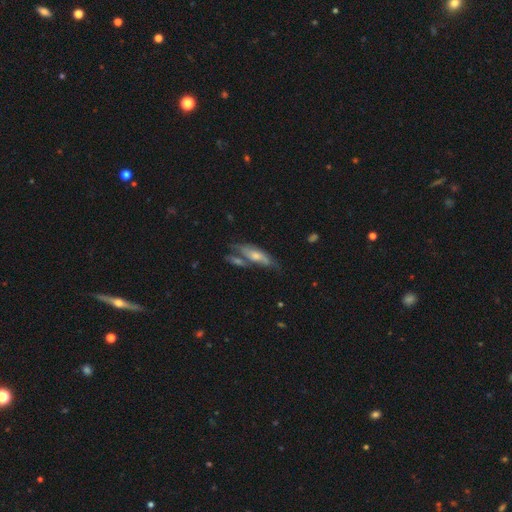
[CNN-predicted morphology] Q: Smooth or featured?
A: featured or disk (54%); runner-up: smooth (38%)
Q: Edge-on disk?
A: no (63%); runner-up: yes (37%)
Q: Merging?
A: none (38%); runner-up: merger (29%)